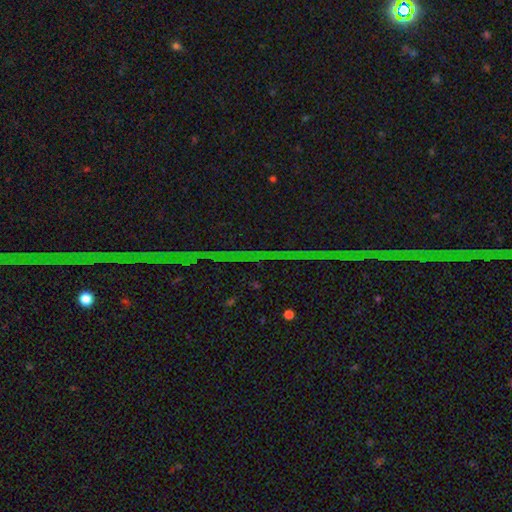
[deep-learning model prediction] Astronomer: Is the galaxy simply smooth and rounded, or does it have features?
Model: star or artifact — 88%.